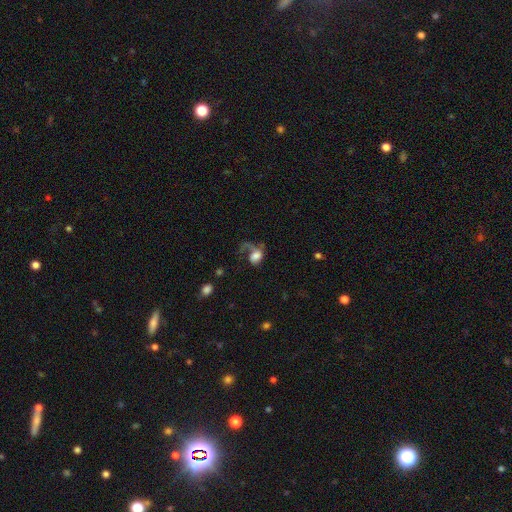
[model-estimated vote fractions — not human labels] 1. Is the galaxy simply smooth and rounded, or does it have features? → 46% smooth, 44% featured or disk, 10% star or artifact.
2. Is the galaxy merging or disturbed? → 50% major disturbance, 28% none, 15% minor disturbance, 6% merger.